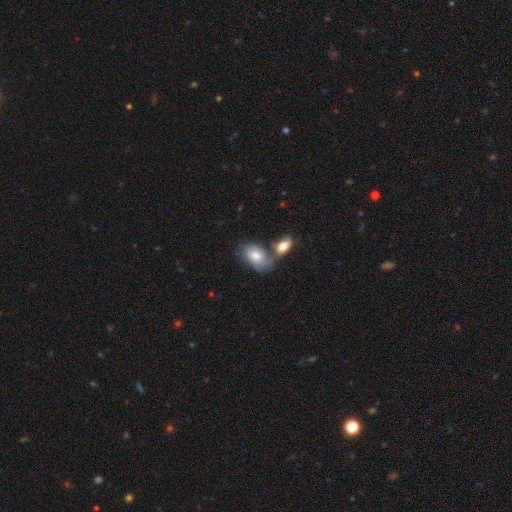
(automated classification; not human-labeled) smooth 71%, featured or disk 22%, star or artifact 7%. Down the decision tree: how rounded — in between (89%); merging — merger (38%, tied with none).